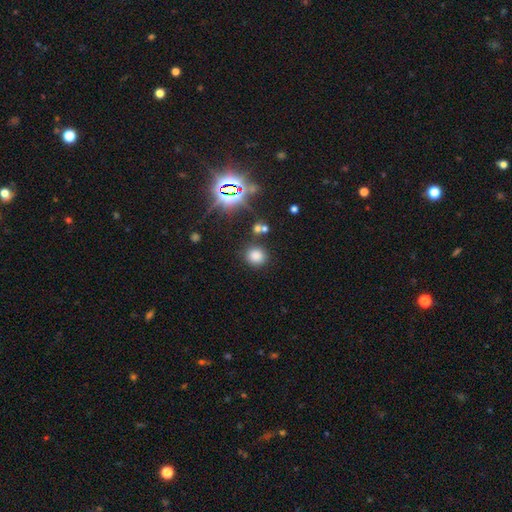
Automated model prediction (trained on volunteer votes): Smooth or featured? smooth (74%)
How rounded? round (86%)
Merging? none (82%)